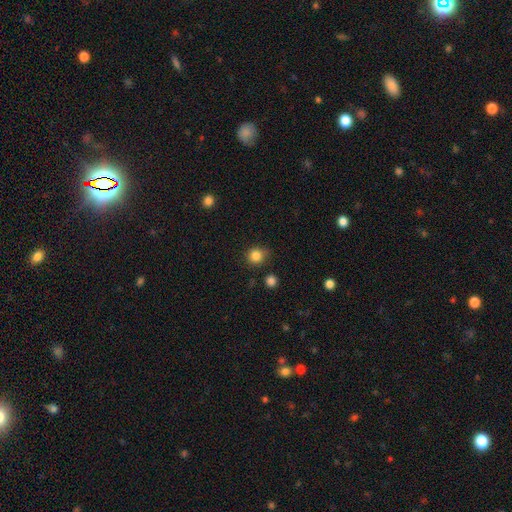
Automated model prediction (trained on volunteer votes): The model was most divided on "merging": none: 77%, minor disturbance: 16%, major disturbance: 4%, merger: 3%. More confident: how rounded — round (88%); smooth or featured — smooth (84%).